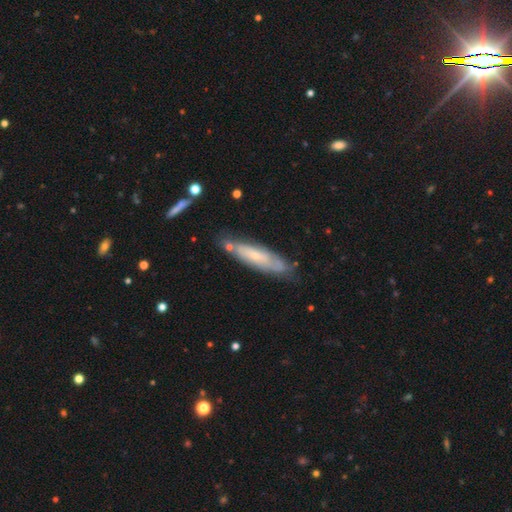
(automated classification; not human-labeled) featured or disk 51%, smooth 42%, star or artifact 6%. Down the decision tree: edge-on disk — no (58%); merging — none (67%).